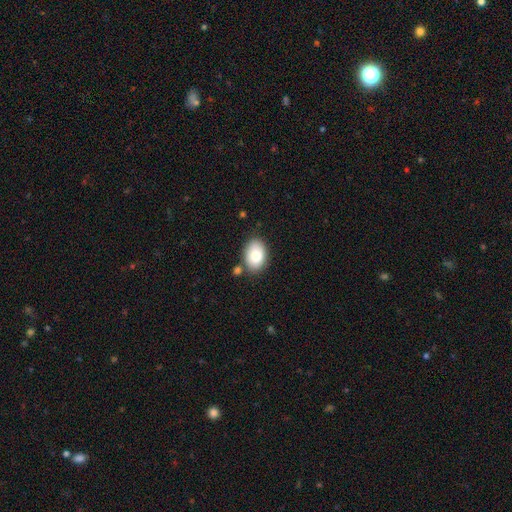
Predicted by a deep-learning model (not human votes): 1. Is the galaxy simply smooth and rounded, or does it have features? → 82% smooth, 11% featured or disk, 7% star or artifact.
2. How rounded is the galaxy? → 86% in between, 13% round, 1% cigar-shaped.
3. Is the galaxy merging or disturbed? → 75% none, 14% minor disturbance, 7% merger, 3% major disturbance.